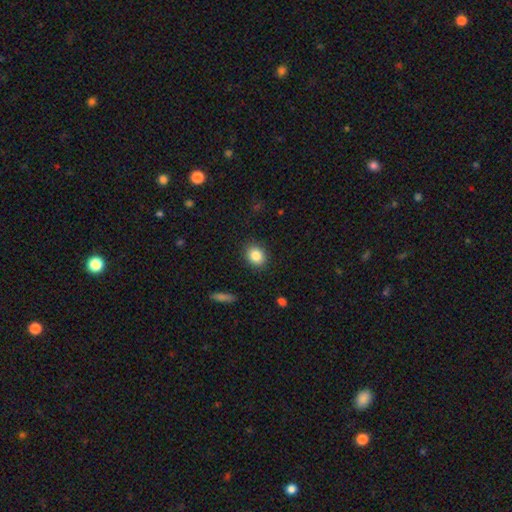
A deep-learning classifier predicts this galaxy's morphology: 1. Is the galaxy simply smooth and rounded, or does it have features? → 85% smooth, 9% star or artifact, 6% featured or disk.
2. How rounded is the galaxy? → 50% in between, 49% round, 1% cigar-shaped.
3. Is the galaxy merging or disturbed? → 89% none, 8% minor disturbance, 2% major disturbance, 1% merger.